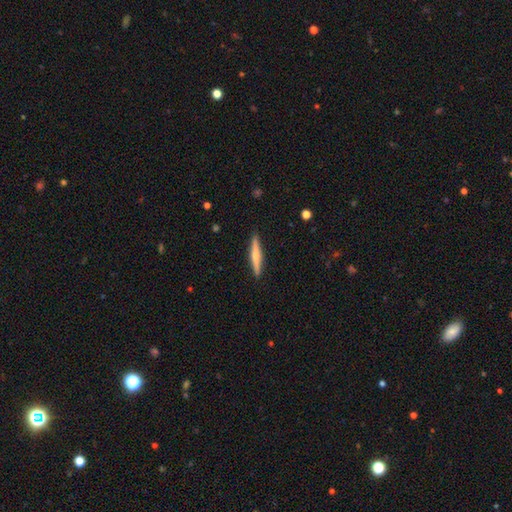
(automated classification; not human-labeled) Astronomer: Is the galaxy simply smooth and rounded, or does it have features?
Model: featured or disk — 50% (runner-up: smooth, 44%).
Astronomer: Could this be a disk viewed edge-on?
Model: yes — 97%.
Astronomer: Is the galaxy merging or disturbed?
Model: none — 91%.